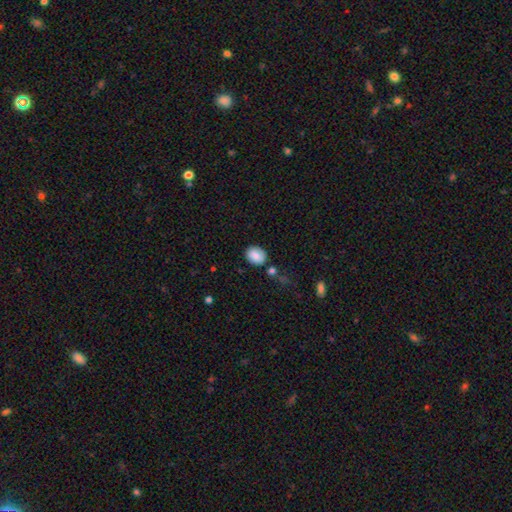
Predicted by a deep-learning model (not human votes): Morphology: type=smooth (84%); roundness=round (54%); merging=none (78%).